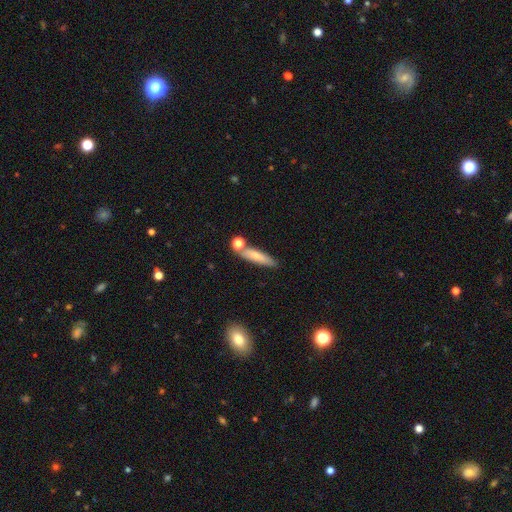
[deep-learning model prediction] Morphology: type=smooth (70%); roundness=cigar-shaped (72%); merging=none (67%).